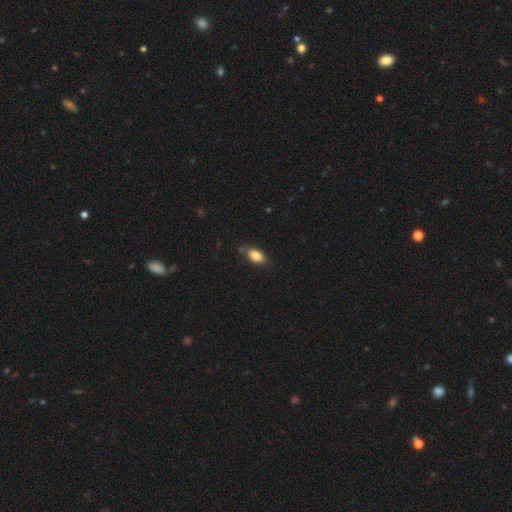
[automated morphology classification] This is clearly a smooth galaxy (82%). How rounded: clearly in between (89%). Merging: likely none (77%).